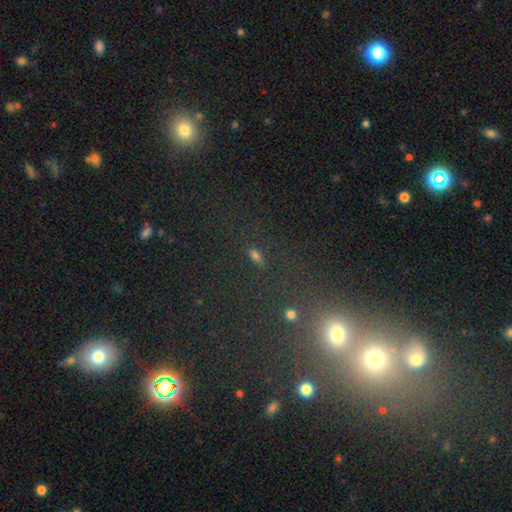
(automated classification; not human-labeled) Smooth or featured? smooth (60%)
How rounded? in between (73%)
Merging? none (83%)